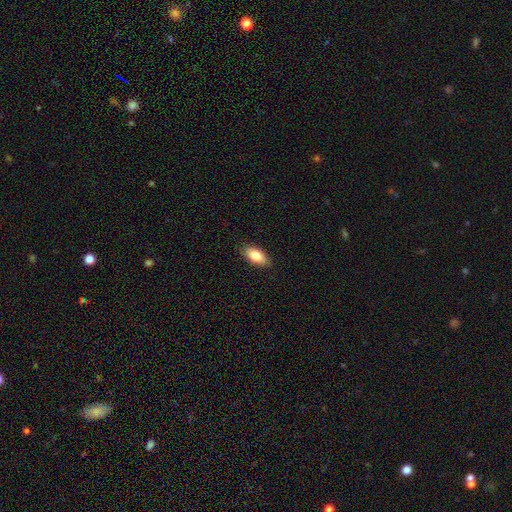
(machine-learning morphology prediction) Smooth or featured? smooth (85%)
How rounded? in between (91%)
Merging? none (87%)